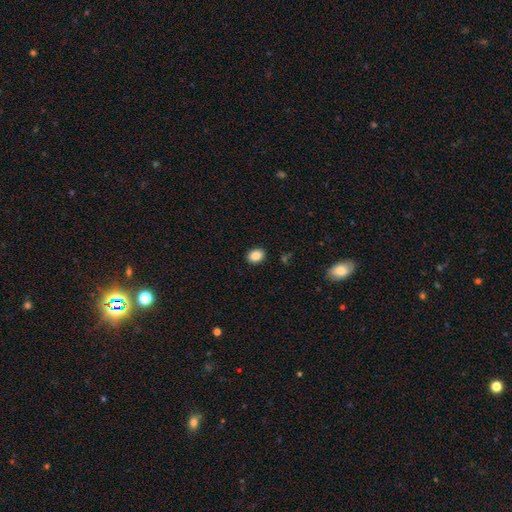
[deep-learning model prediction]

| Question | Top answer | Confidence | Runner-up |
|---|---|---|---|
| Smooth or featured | smooth | 88% | star or artifact (9%) |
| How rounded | in between | 67% | round (32%) |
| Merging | none | 90% | minor disturbance (7%) |